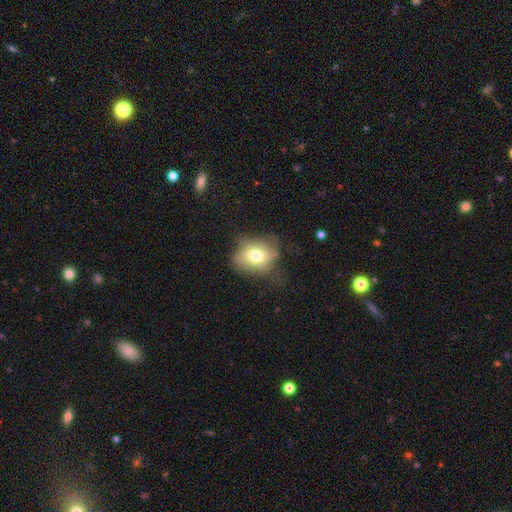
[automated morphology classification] Smooth or featured?
  - smooth: 66% *
  - featured or disk: 24%
  - star or artifact: 10%
How rounded?
  - round: 50% *
  - in between: 49%
  - cigar-shaped: 1%
Merging?
  - none: 48% *
  - minor disturbance: 30%
  - major disturbance: 20%
  - merger: 2%